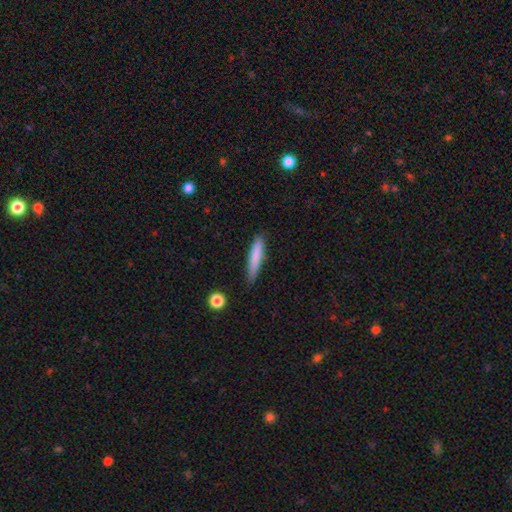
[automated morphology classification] Overall: smooth (79%). How rounded: cigar-shaped (91%). Merging: none (85%).